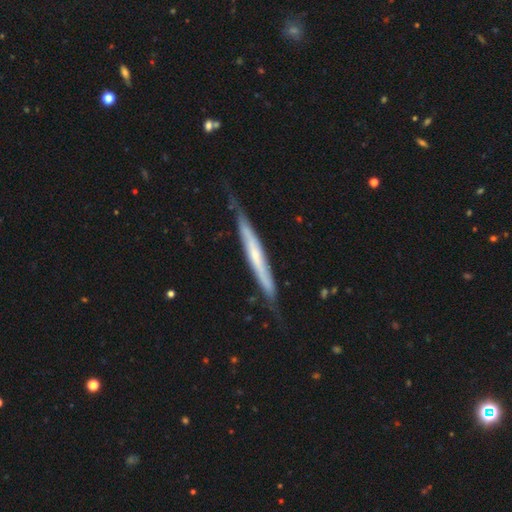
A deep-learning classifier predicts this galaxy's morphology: Overall: featured or disk (66%; smooth 28%). Edge-on disk: yes (86%). Edge-on bulge: none (58%; rounded 36%). Merging: none (71%).